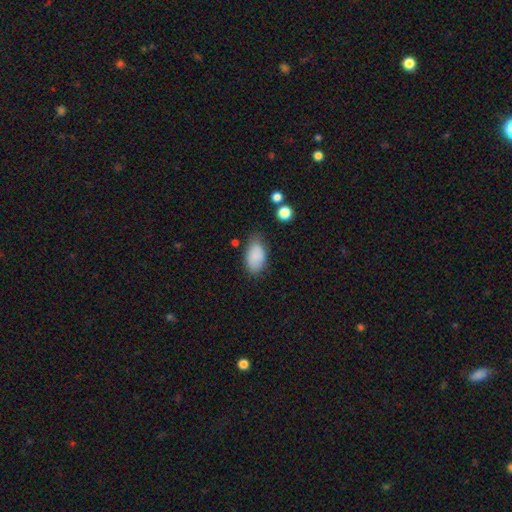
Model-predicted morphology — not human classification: Smooth or featured: smooth — 86% (star or artifact — 8%)
How rounded: in between — 93% (round — 5%)
Merging: none — 68% (minor disturbance — 24%)